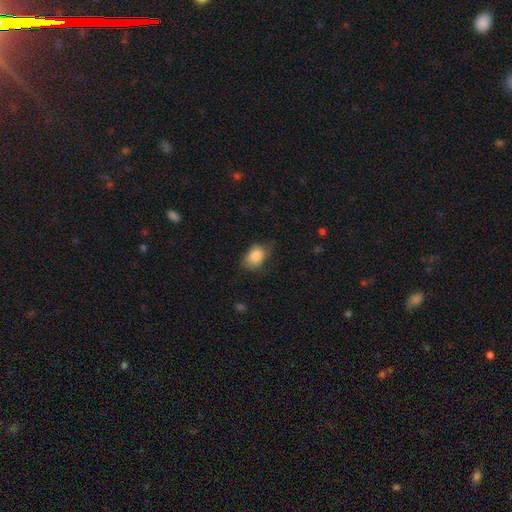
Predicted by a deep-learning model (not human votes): Smooth or featured? smooth (84%)
How rounded? in between (73%)
Merging? none (59%)